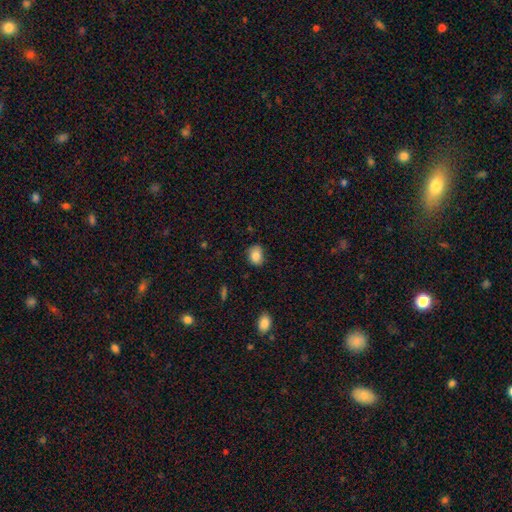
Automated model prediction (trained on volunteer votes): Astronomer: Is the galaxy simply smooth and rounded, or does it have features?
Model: smooth — 84%.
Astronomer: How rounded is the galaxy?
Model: in between — 52% (runner-up: round, 47%).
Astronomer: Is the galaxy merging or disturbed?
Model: none — 79%.